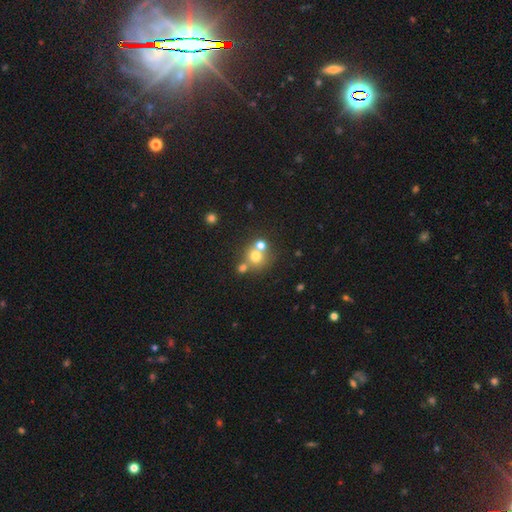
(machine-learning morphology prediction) smooth 68%, featured or disk 16%, star or artifact 16%. Down the decision tree: how rounded — round (86%); merging — none (50%).